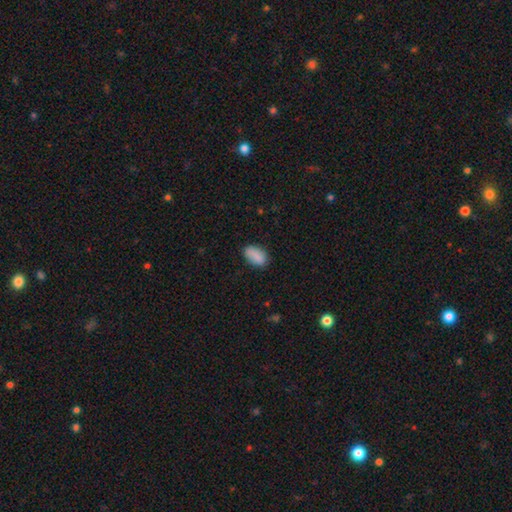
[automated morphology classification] Smooth or featured?
  - smooth: 88% *
  - star or artifact: 7%
  - featured or disk: 4%
How rounded?
  - in between: 92% *
  - round: 5%
  - cigar-shaped: 3%
Merging?
  - none: 81% *
  - minor disturbance: 15%
  - major disturbance: 3%
  - merger: 1%